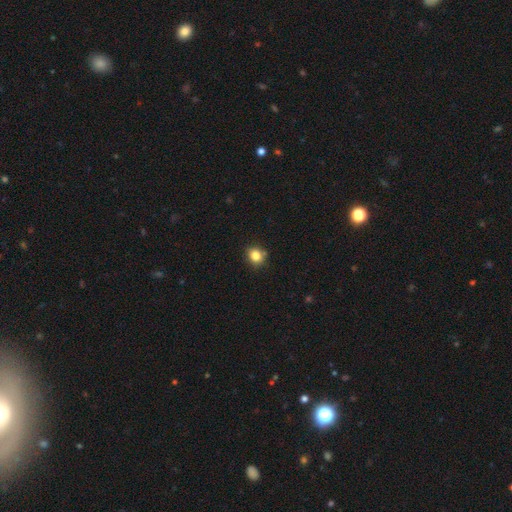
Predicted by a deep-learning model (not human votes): smooth_or_featured: smooth (p=0.83) [alt: star or artifact p=0.11]
how_rounded: round (p=0.71) [alt: in between p=0.28]
merging: none (p=0.81) [alt: minor disturbance p=0.12]